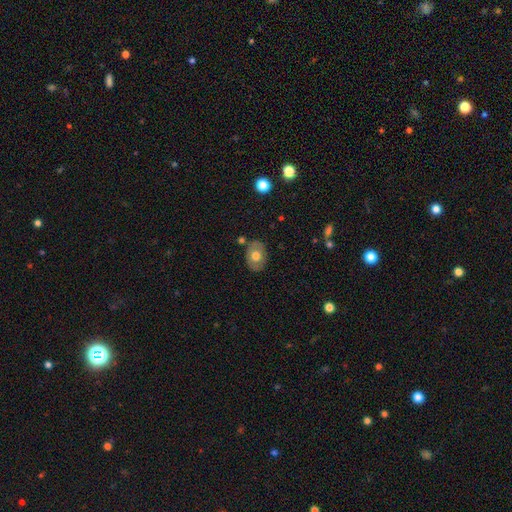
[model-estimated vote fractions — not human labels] smooth-or-featured: smooth: 63% | featured or disk: 29% | star or artifact: 7%
  how-rounded: in between: 70% | round: 29% | cigar-shaped: 1%
  merging: none: 80% | minor disturbance: 13% | merger: 4% | major disturbance: 3%